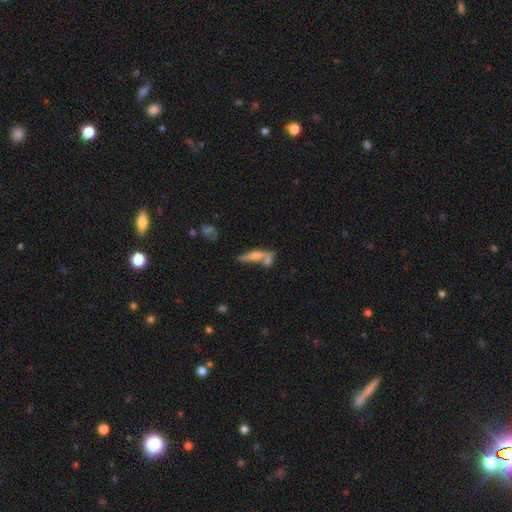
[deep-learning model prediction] Smooth or featured?
  - featured or disk: 47% *
  - smooth: 44%
  - star or artifact: 9%
Merging?
  - none: 46% *
  - merger: 34%
  - minor disturbance: 14%
  - major disturbance: 6%